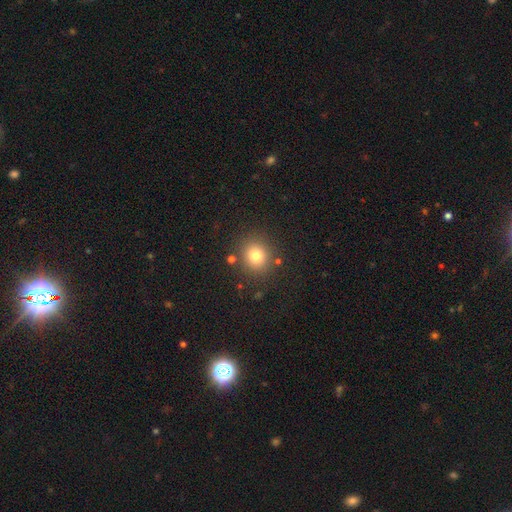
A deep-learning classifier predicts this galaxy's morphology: smooth_or_featured: smooth (p=0.78) [alt: star or artifact p=0.14]
how_rounded: round (p=0.85) [alt: in between p=0.14]
merging: none (p=0.85) [alt: minor disturbance p=0.08]